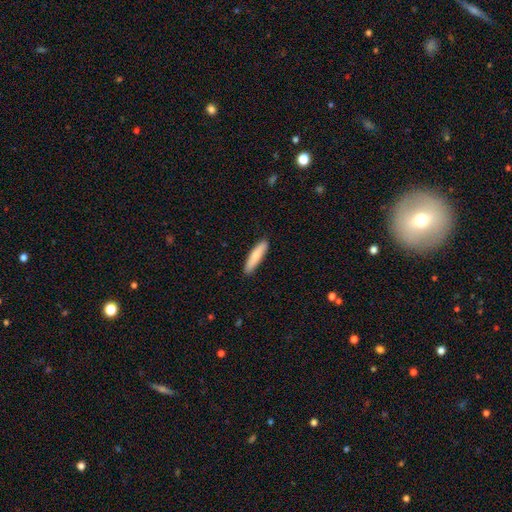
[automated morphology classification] This is likely a smooth galaxy (79%). How rounded: clearly cigar-shaped (81%). Merging: clearly none (88%).